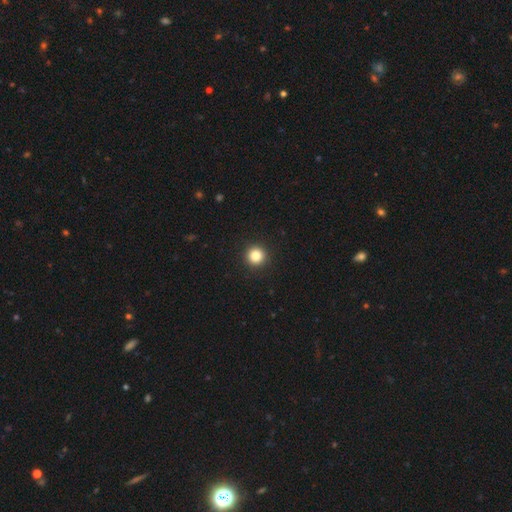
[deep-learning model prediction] Morphology: type=smooth (84%); roundness=round (96%); merging=none (93%).